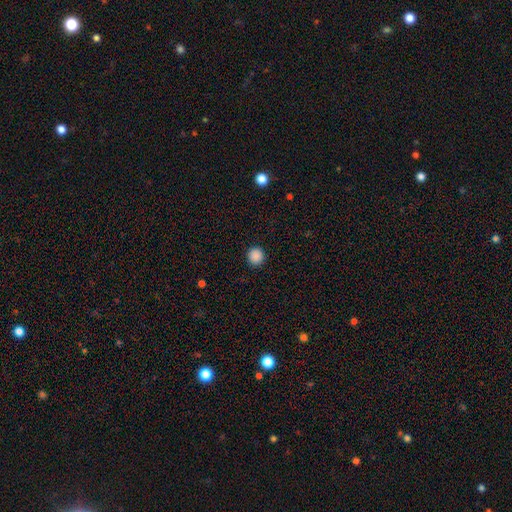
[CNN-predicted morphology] Smooth or featured? smooth (88%)
How rounded? round (94%)
Merging? none (92%)